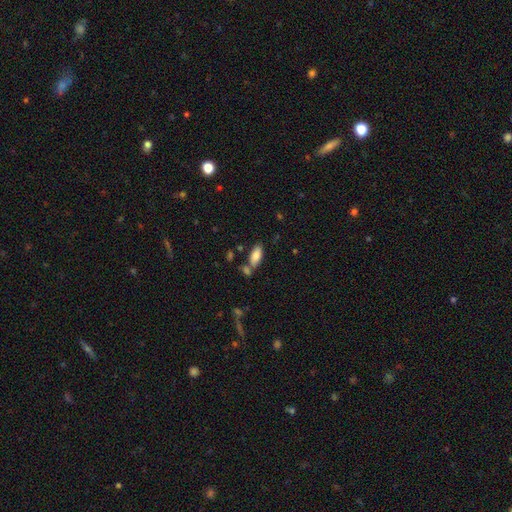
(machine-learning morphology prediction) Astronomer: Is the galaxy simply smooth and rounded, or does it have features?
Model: smooth — 81%.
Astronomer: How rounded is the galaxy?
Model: in between — 86%.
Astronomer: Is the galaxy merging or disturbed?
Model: none — 64%.